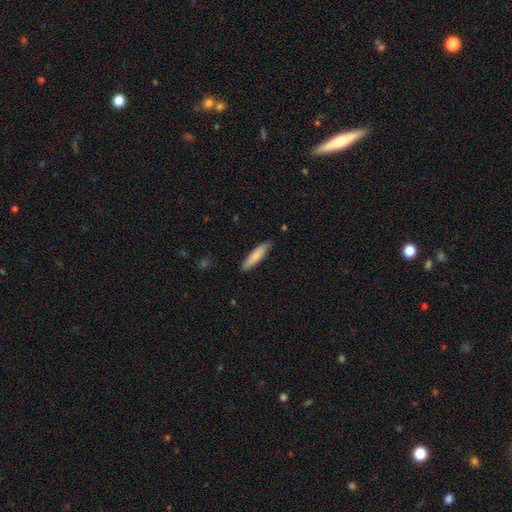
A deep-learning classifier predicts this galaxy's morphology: Smooth or featured?
  - smooth: 82% *
  - featured or disk: 13%
  - star or artifact: 5%
How rounded?
  - cigar-shaped: 81% *
  - in between: 18%
  - round: 1%
Merging?
  - none: 85% *
  - minor disturbance: 12%
  - major disturbance: 2%
  - merger: 1%